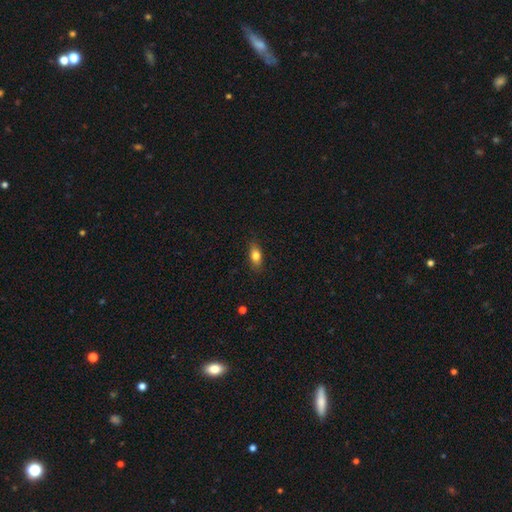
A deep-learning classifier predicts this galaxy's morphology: type=smooth (78%); roundness=in between (80%); merging=none (83%).